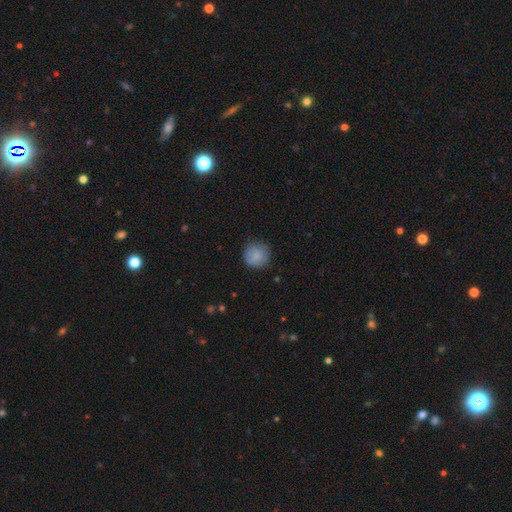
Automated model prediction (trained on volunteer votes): This is clearly a smooth galaxy (84%). How rounded: clearly round (93%). Merging: clearly none (81%).